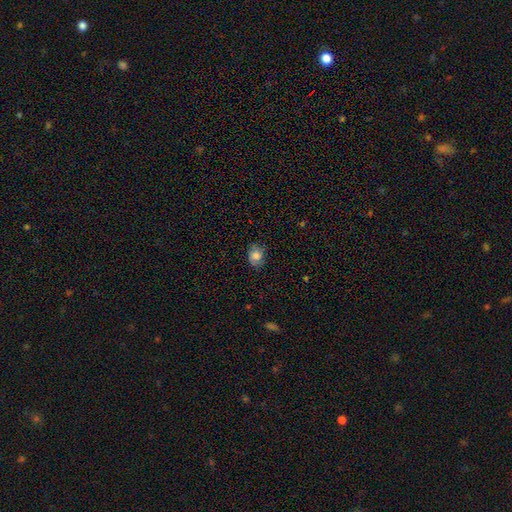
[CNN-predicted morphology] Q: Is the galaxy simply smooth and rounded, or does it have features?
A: smooth — 81%.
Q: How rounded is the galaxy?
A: in between — 50%.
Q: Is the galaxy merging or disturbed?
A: none — 80%.